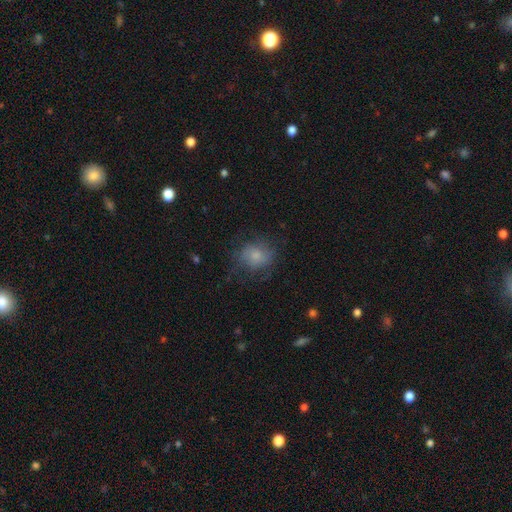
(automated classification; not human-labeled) Smooth or featured: smooth — 62% (featured or disk — 28%)
How rounded: round — 68% (in between — 31%)
Merging: none — 60% (minor disturbance — 23%)